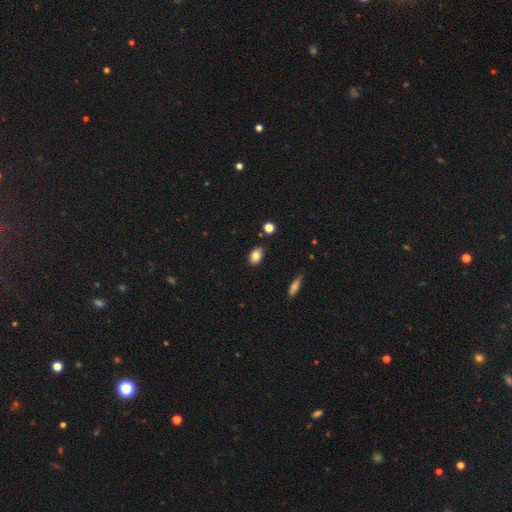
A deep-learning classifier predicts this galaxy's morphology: Smooth or featured?
  - smooth: 83% *
  - star or artifact: 9%
  - featured or disk: 8%
How rounded?
  - in between: 85% *
  - round: 13%
  - cigar-shaped: 2%
Merging?
  - none: 83% *
  - minor disturbance: 12%
  - merger: 3%
  - major disturbance: 2%